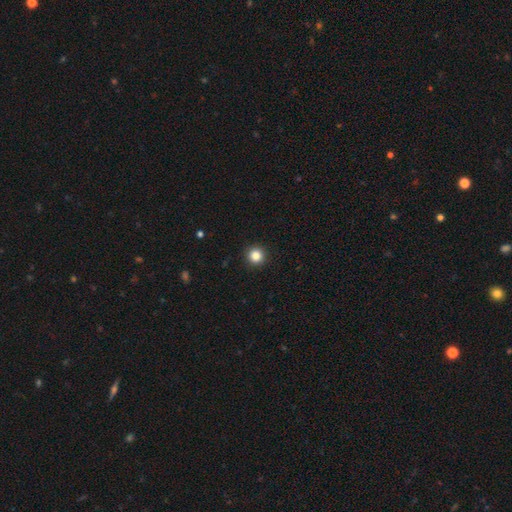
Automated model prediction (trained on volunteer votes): Morphology: type=smooth (85%); roundness=round (96%); merging=none (93%).